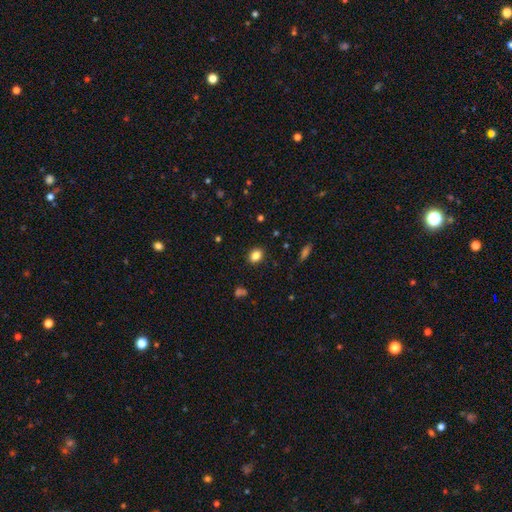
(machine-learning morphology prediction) This is clearly a smooth galaxy (84%). How rounded: possibly in between (55%). Merging: clearly none (89%).